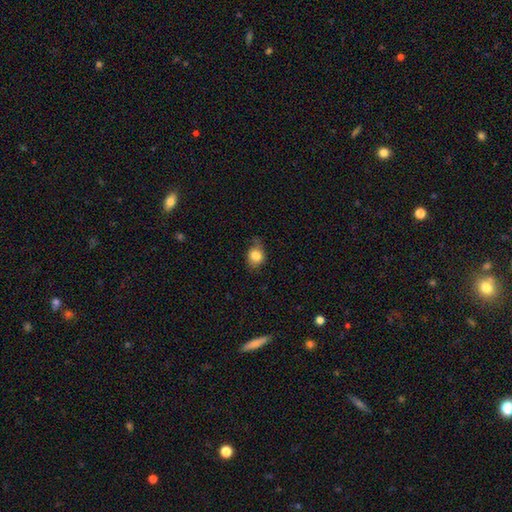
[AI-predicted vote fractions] smooth_or_featured: smooth (p=0.82) [alt: star or artifact p=0.09]
how_rounded: round (p=0.62) [alt: in between p=0.37]
merging: none (p=0.60) [alt: minor disturbance p=0.30]